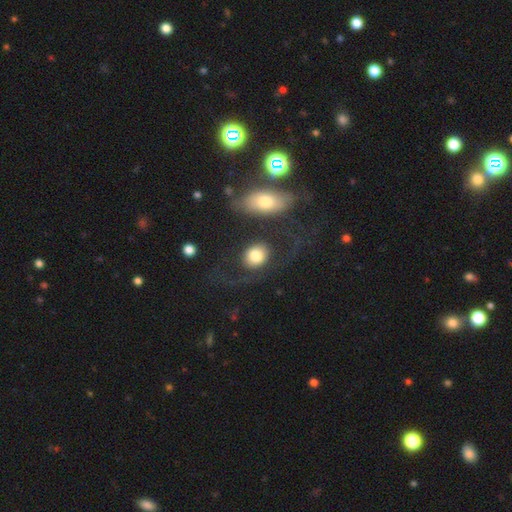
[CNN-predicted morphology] smooth-or-featured: smooth: 74% | featured or disk: 19% | star or artifact: 7%
  how-rounded: in between: 51% | round: 48% | cigar-shaped: 1%
  merging: none: 56% | major disturbance: 19% | minor disturbance: 15% | merger: 10%